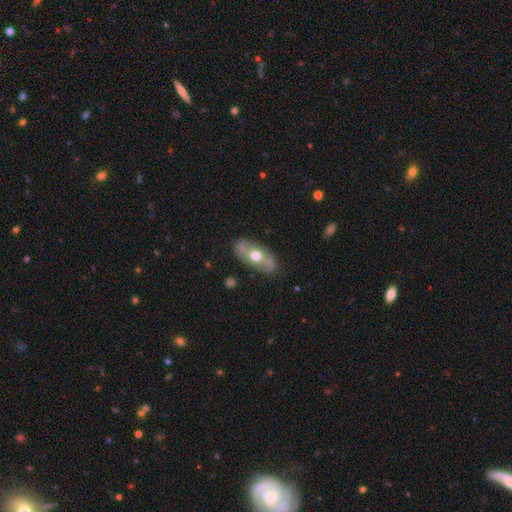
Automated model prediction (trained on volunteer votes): Smooth or featured? featured or disk (55%)
Edge-on disk? no (79%)
Merging? none (83%)